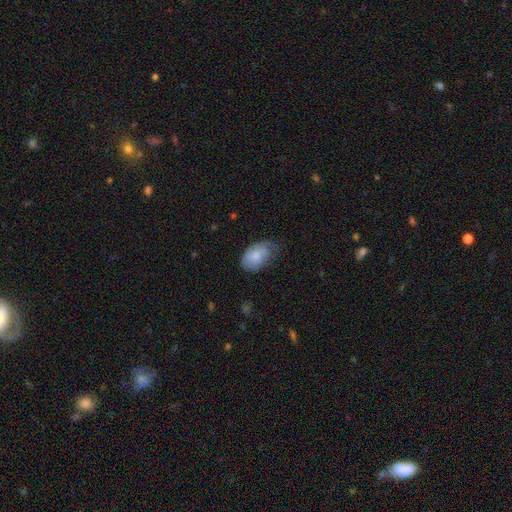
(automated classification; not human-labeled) smooth-or-featured: smooth: 69% | featured or disk: 25% | star or artifact: 6%
  how-rounded: in between: 88% | round: 11% | cigar-shaped: 1%
  merging: none: 49% | minor disturbance: 37% | major disturbance: 13% | merger: 1%